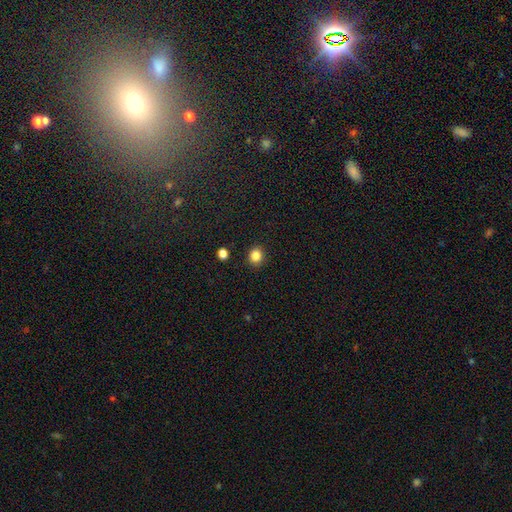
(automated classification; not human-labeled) This is clearly a smooth galaxy (85%). How rounded: clearly round (82%). Merging: clearly none (90%).